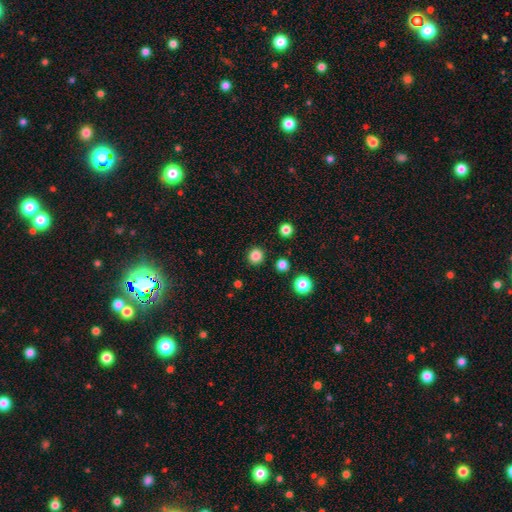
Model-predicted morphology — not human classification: Smooth or featured: smooth — 84% (star or artifact — 13%)
How rounded: round — 95% (in between — 4%)
Merging: none — 92% (minor disturbance — 5%)